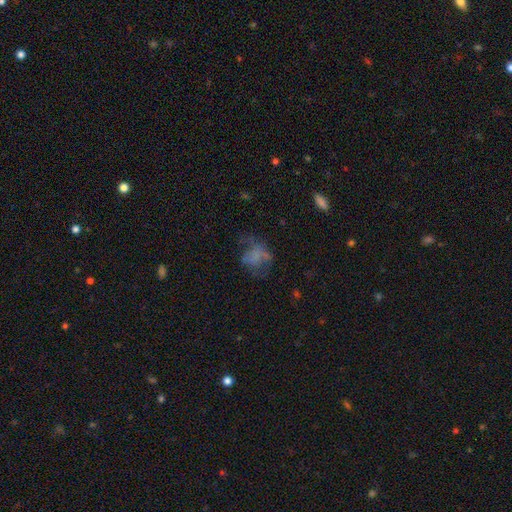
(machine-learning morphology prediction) smooth_or_featured: smooth (p=0.49) [alt: featured or disk p=0.37]
merging: none (p=0.37) [tied with: major disturbance p=0.37]